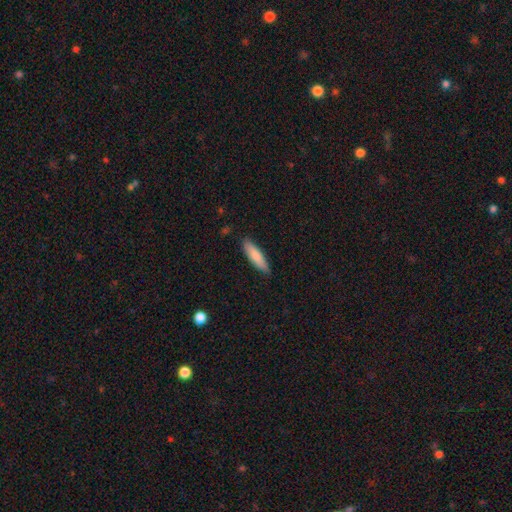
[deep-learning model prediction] Smooth or featured: smooth — 84% (featured or disk — 11%)
How rounded: cigar-shaped — 65% (in between — 33%)
Merging: none — 86% (minor disturbance — 11%)